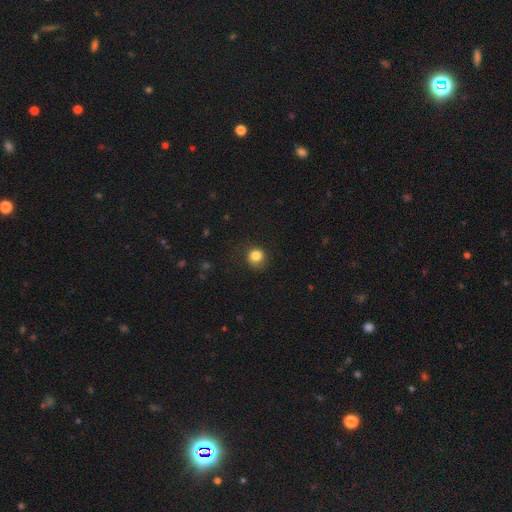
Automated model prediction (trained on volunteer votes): Smooth or featured: smooth — 84% (star or artifact — 11%)
How rounded: round — 86% (in between — 13%)
Merging: none — 77% (minor disturbance — 16%)